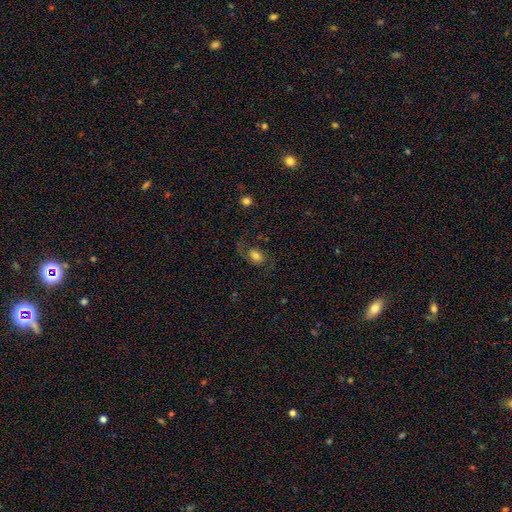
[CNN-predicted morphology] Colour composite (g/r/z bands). It shows a smooth galaxy with no disk features (48%). Merging: none (55%).